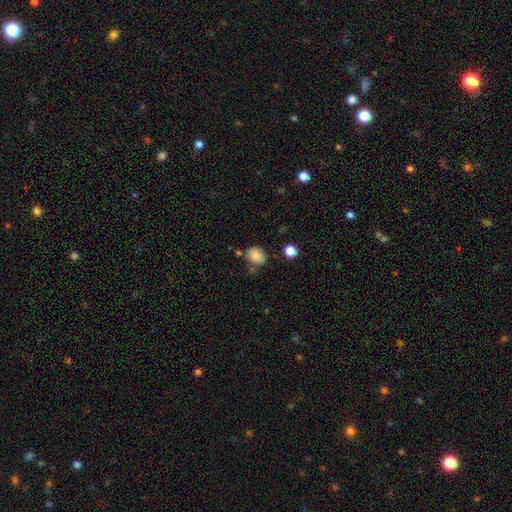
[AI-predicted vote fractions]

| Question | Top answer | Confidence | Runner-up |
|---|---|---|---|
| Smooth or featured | smooth | 84% | star or artifact (10%) |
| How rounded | in between | 51% | round (48%) |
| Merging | none | 66% | minor disturbance (20%) |